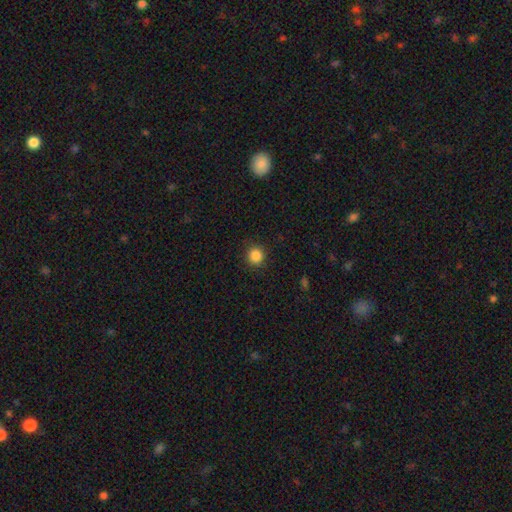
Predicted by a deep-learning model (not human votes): A smooth galaxy with no disk features (86%) that is round (93%). Merging: none (91%).